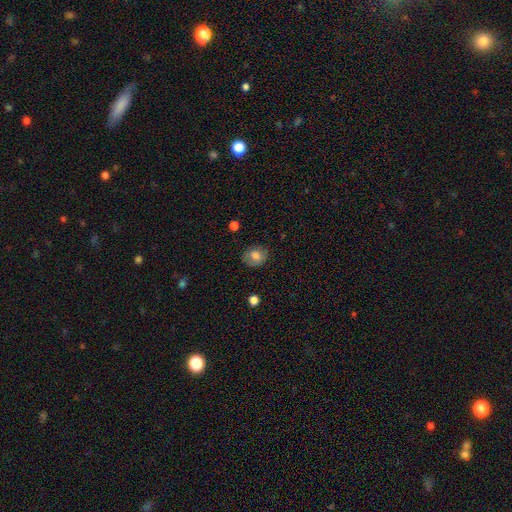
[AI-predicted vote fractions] A smooth galaxy with no disk features (75%) that is round (57%).

Vote fractions:
- Smooth or featured? smooth: 75% / featured or disk: 16% / star or artifact: 9%
- How rounded? round: 57% / in between: 42% / cigar-shaped: 1%
- Merging? none: 79% / minor disturbance: 16% / major disturbance: 4% / merger: 1%